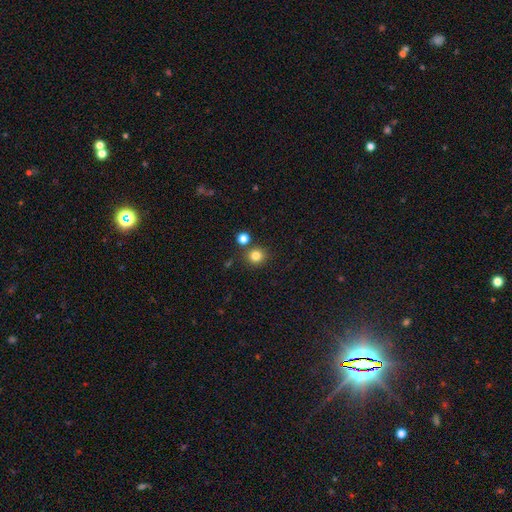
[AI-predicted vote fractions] A smooth galaxy with no disk features (82%) that is round (90%).

Vote fractions:
- Smooth or featured? smooth: 82% / star or artifact: 13% / featured or disk: 5%
- How rounded? round: 90% / in between: 9% / cigar-shaped: 1%
- Merging? none: 81% / merger: 9% / minor disturbance: 7% / major disturbance: 2%